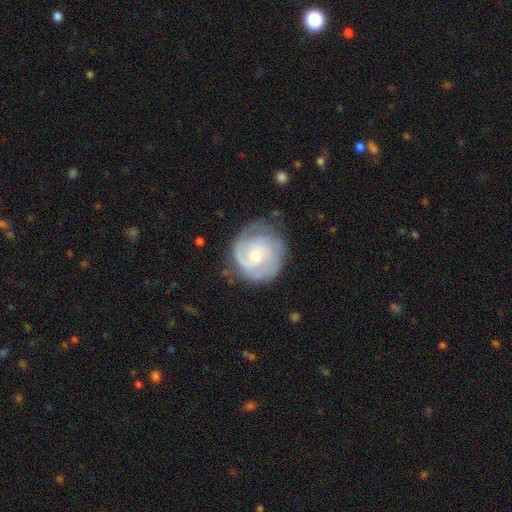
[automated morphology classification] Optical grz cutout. It shows a featured or disk galaxy (77%) with no bar (70%), 2 (36%) tight (53%) spiral arms (92%) and a small central bulge (62%). Merging: none (68%).